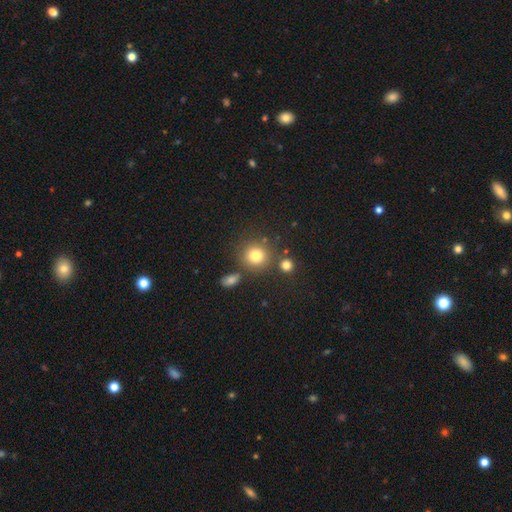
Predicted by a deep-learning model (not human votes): smooth 79%, star or artifact 13%, featured or disk 8%. Down the decision tree: how rounded — round (89%); merging — none (75%).